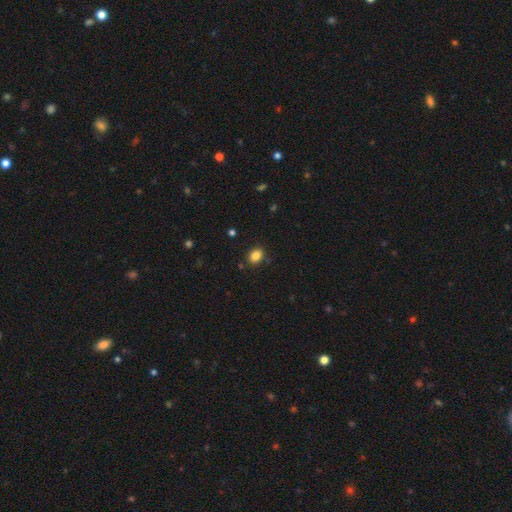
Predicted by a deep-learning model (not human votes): Overall: smooth (85%). How rounded: in between (65%; round 34%). Merging: none (85%).